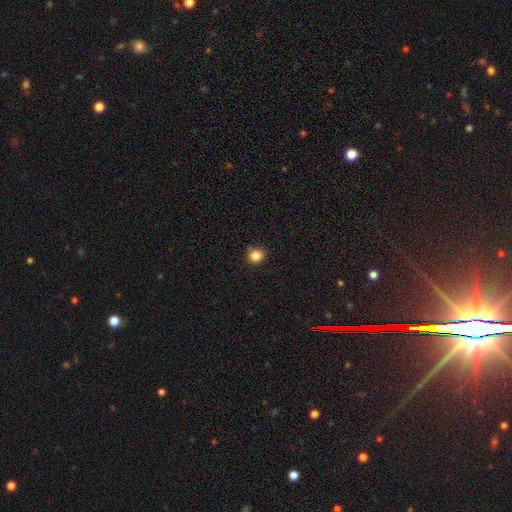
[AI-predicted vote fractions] Smooth or featured? smooth (84%)
How rounded? round (92%)
Merging? none (84%)